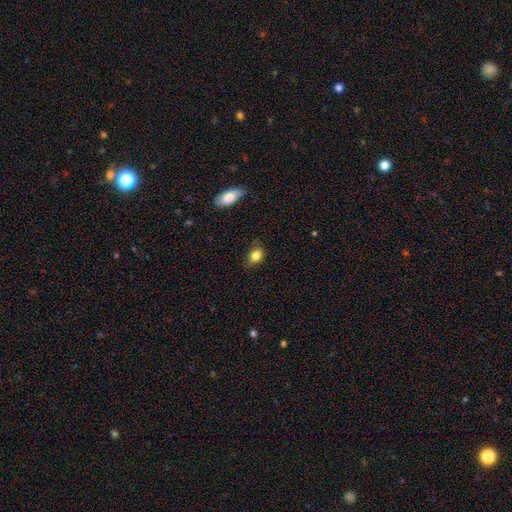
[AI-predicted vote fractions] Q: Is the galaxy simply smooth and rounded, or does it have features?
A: smooth — 83%.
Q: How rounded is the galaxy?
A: in between — 72%.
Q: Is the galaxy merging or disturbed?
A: none — 71%.